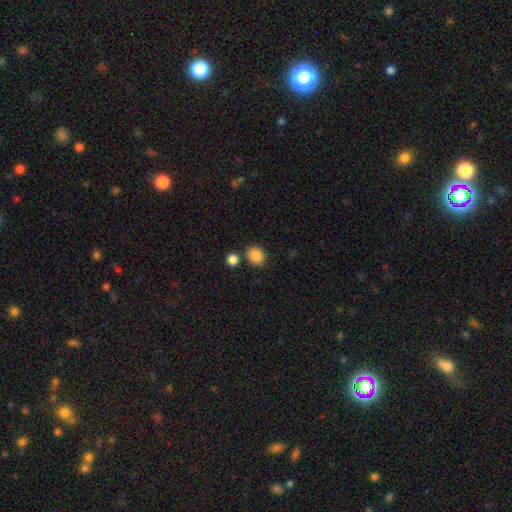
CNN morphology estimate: This is clearly a smooth galaxy (87%). How rounded: possibly round (57%). Merging: likely none (78%).